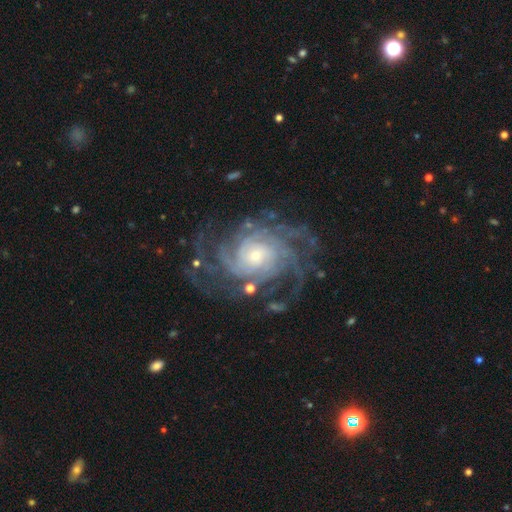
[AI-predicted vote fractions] Overall: featured or disk (91%). Edge-on disk: no (98%). Bar: no (73%). Spiral arms: yes (98%). Spiral arm count: 4 (28%; can't tell 21%). Spiral winding: tight (65%; medium 28%). Bulge size: small (68%). Merging: none (70%).